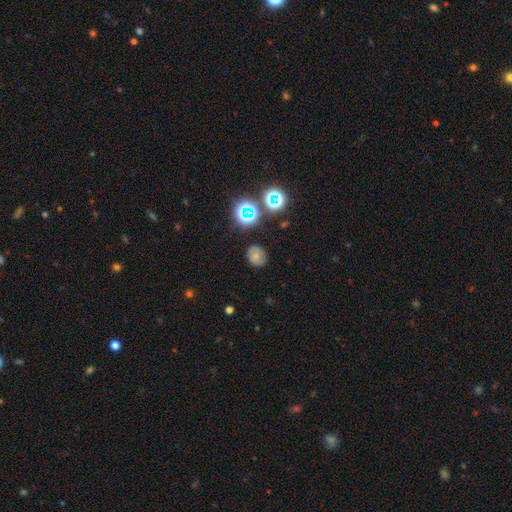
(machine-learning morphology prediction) Overall: smooth (56%; featured or disk 25%). How rounded: round (68%; in between 31%). Merging: none (80%).